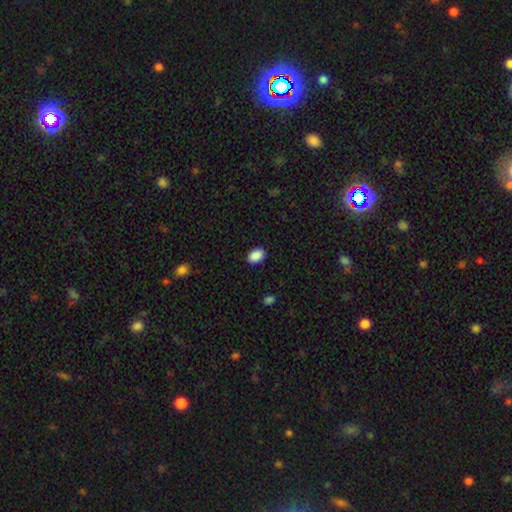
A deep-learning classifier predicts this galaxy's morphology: smooth 90%, star or artifact 8%, featured or disk 3%. Down the decision tree: how rounded — in between (83%); merging — none (88%).